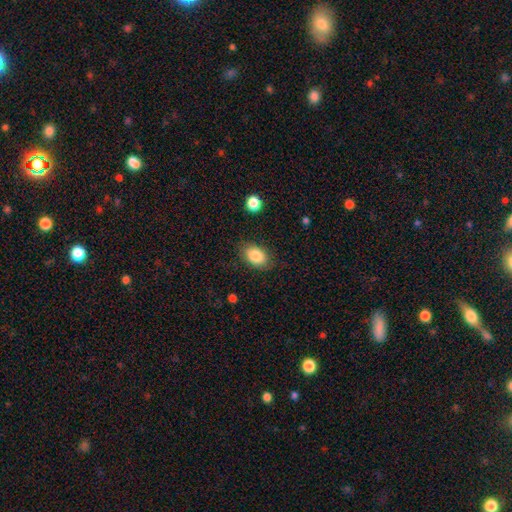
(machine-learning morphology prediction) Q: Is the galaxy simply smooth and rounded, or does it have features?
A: smooth — 86%.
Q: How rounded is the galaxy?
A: in between — 86%.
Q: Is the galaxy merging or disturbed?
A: none — 83%.